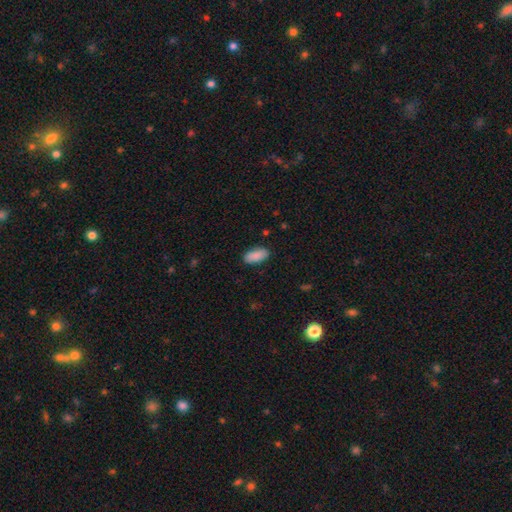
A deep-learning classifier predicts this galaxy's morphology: Smooth or featured?
  - smooth: 90% *
  - star or artifact: 6%
  - featured or disk: 3%
How rounded?
  - in between: 90% *
  - cigar-shaped: 9%
  - round: 2%
Merging?
  - none: 88% *
  - minor disturbance: 9%
  - major disturbance: 2%
  - merger: 1%